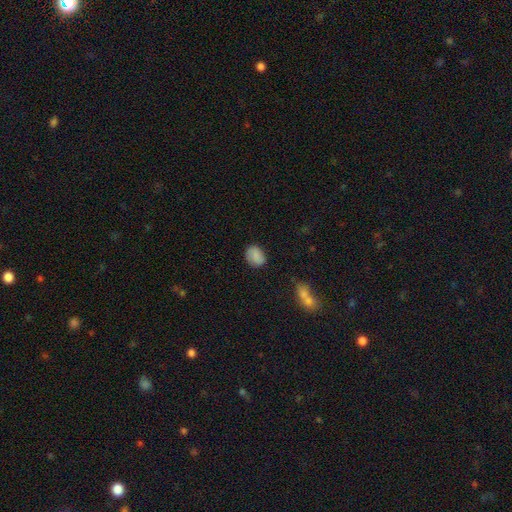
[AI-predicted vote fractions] Q: Smooth or featured?
A: smooth (77%); runner-up: featured or disk (15%)
Q: How rounded?
A: in between (58%); runner-up: round (40%)
Q: Merging?
A: none (79%); runner-up: minor disturbance (15%)